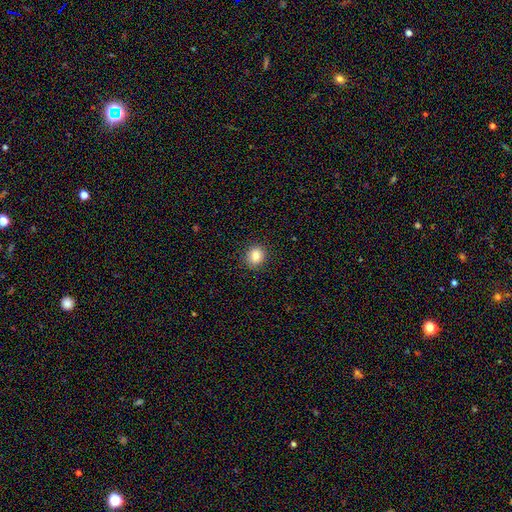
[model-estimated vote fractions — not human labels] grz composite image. It shows a smooth galaxy with no disk features (83%) that is round (82%). Merging: none (91%).